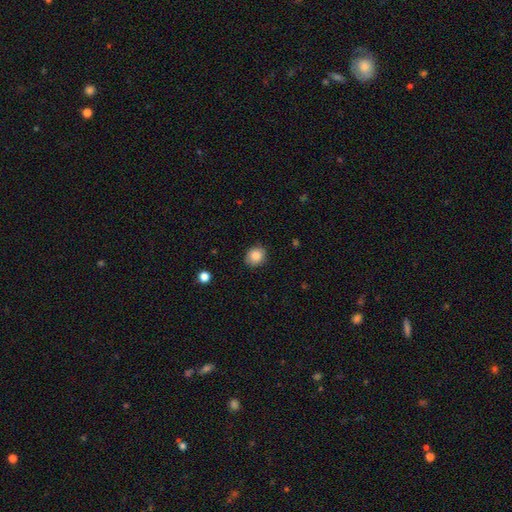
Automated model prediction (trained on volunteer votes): smooth 86%, star or artifact 9%, featured or disk 5%. Down the decision tree: how rounded — round (66%); merging — none (85%).